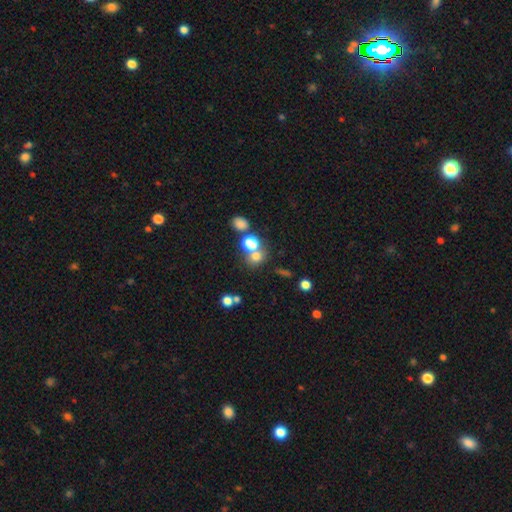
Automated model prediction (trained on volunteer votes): Smooth or featured: smooth — 72% (star or artifact — 17%)
How rounded: round — 72% (in between — 27%)
Merging: none — 48% (merger — 39%)